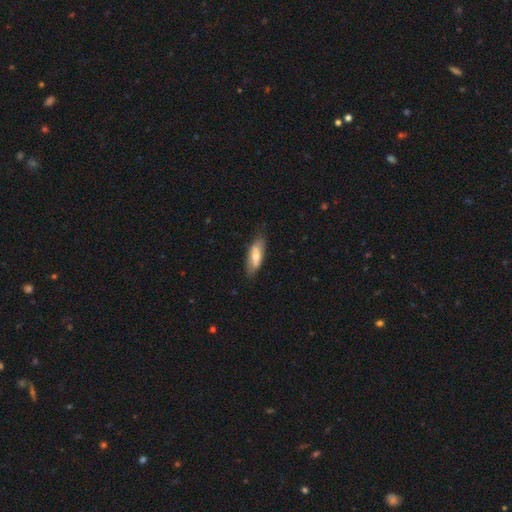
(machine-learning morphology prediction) smooth-or-featured: smooth: 60% | featured or disk: 34% | star or artifact: 6%
  how-rounded: in between: 62% | cigar-shaped: 36% | round: 2%
  merging: none: 76% | minor disturbance: 19% | major disturbance: 4% | merger: 1%